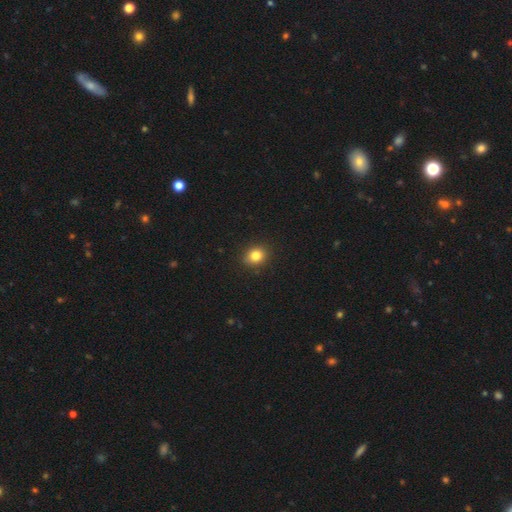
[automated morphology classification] type=smooth (82%); roundness=round (66%); merging=none (89%).